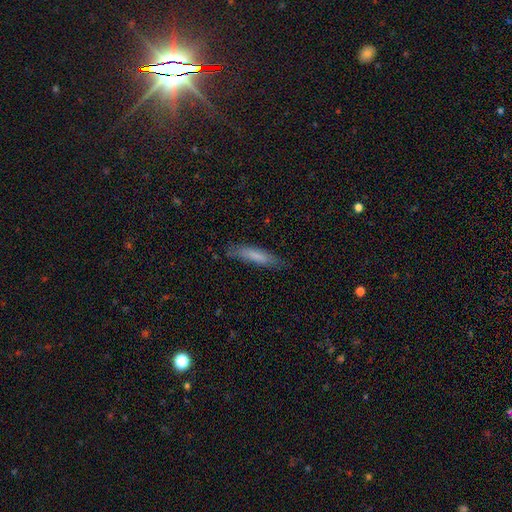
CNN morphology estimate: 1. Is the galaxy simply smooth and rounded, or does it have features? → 75% smooth, 18% featured or disk, 6% star or artifact.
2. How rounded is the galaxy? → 82% cigar-shaped, 16% in between, 1% round.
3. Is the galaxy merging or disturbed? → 80% none, 16% minor disturbance, 3% major disturbance, 1% merger.